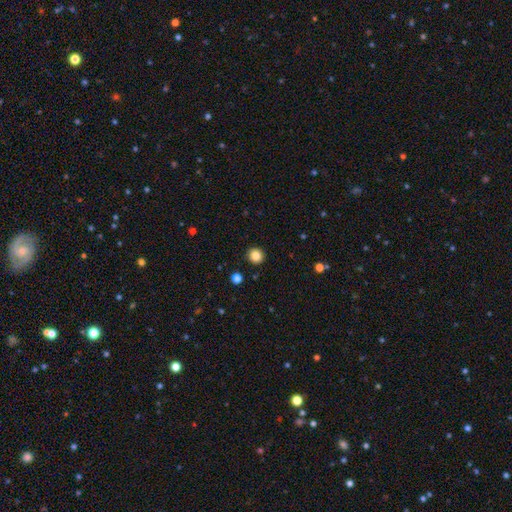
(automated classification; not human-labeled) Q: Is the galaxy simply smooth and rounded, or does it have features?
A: smooth — 84%.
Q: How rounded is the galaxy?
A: round — 93%.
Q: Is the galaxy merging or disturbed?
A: none — 92%.